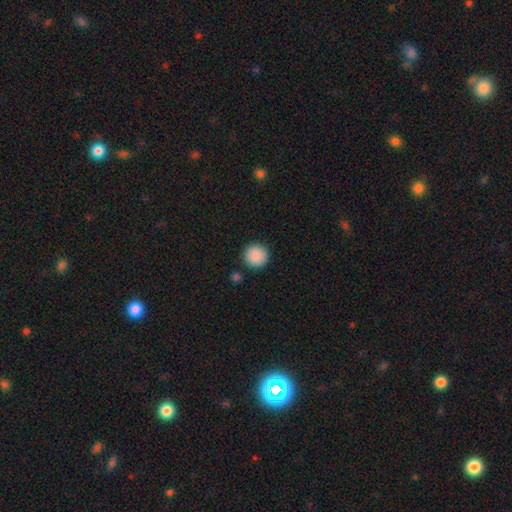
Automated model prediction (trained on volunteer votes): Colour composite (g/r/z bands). It shows a smooth galaxy with no disk features (89%) that is round (95%). Merging: none (89%).